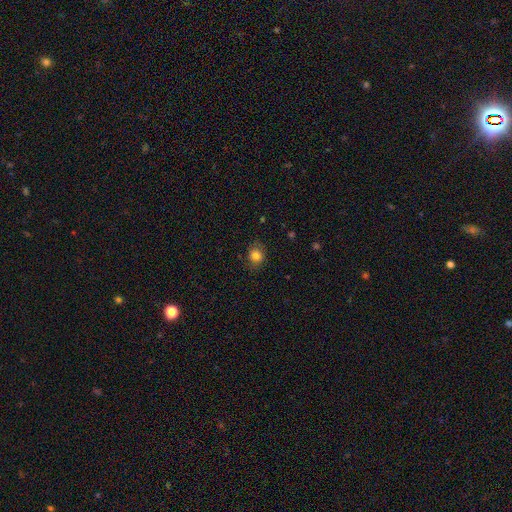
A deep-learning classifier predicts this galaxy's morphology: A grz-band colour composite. It shows a smooth galaxy with no disk features (81%) that is round (70%). Merging: none (80%).